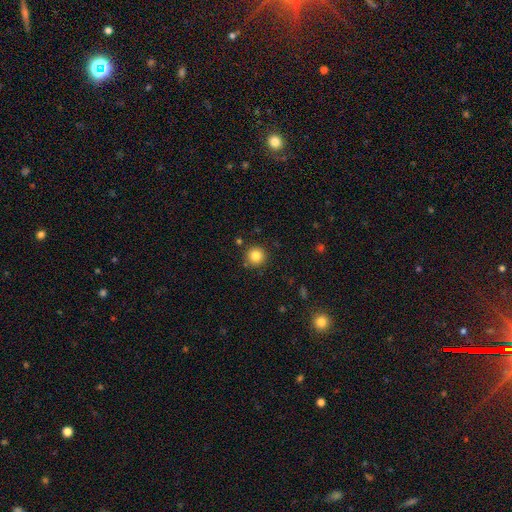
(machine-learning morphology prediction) Smooth or featured?
  - smooth: 83% *
  - star or artifact: 11%
  - featured or disk: 6%
How rounded?
  - round: 95% *
  - in between: 4%
  - cigar-shaped: 1%
Merging?
  - none: 89% *
  - minor disturbance: 7%
  - merger: 3%
  - major disturbance: 2%